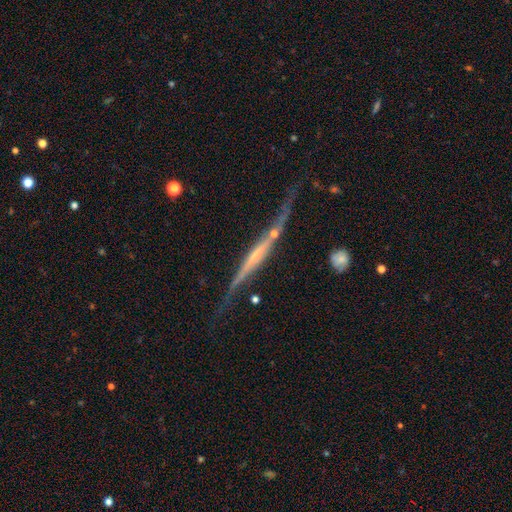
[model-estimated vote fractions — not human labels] Smooth or featured? featured or disk (80%)
Edge-on disk? yes (94%)
Edge-on bulge? none (46%)
Merging? none (63%)